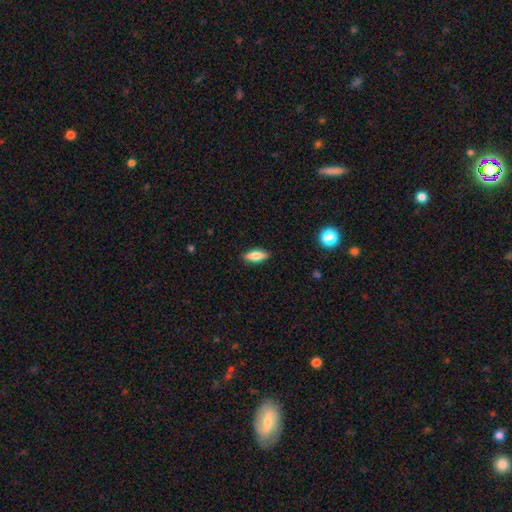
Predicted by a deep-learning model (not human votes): A smooth galaxy with no disk features (75%) that is in between round and cigar-shaped (65%).

Vote fractions:
- Smooth or featured? smooth: 75% / featured or disk: 18% / star or artifact: 7%
- How rounded? in between: 65% / cigar-shaped: 32% / round: 3%
- Merging? none: 88% / minor disturbance: 9% / major disturbance: 2% / merger: 1%